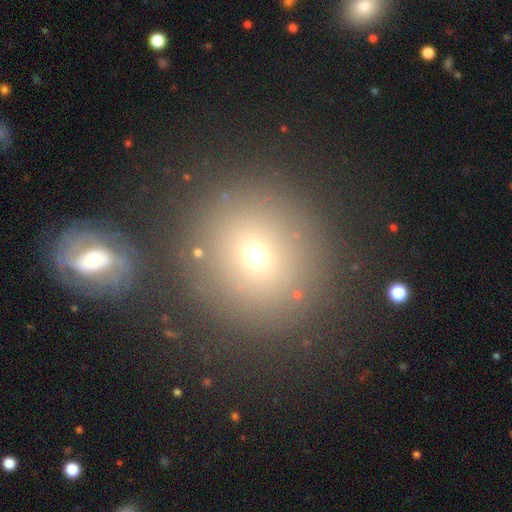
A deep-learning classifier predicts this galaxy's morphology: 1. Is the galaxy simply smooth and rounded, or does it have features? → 68% smooth, 19% star or artifact, 13% featured or disk.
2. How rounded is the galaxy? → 88% round, 11% in between, 1% cigar-shaped.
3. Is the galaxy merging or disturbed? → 77% none, 12% merger, 8% minor disturbance, 4% major disturbance.